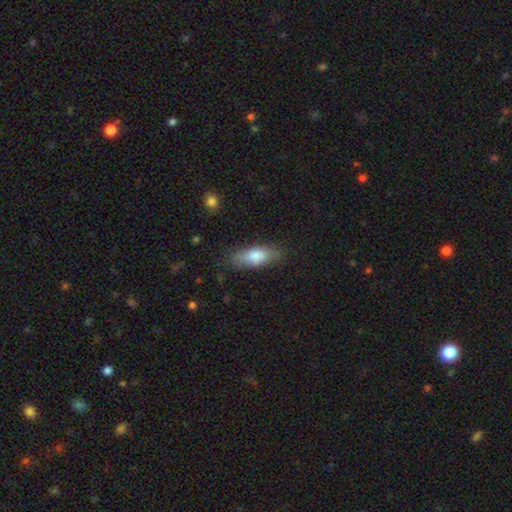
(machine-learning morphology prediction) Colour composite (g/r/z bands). It shows a smooth galaxy with no disk features (80%) that is in between round and cigar-shaped (71%). Merging: none (80%).